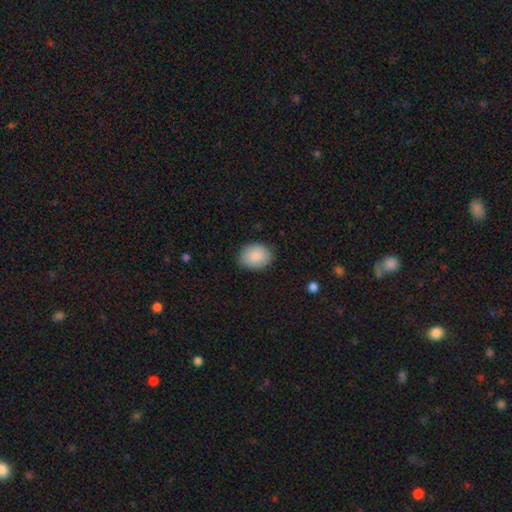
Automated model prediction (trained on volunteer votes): Smooth or featured? Predicted: smooth (p=0.88). How rounded? Predicted: in between (p=0.56). Merging? Predicted: none (p=0.84).